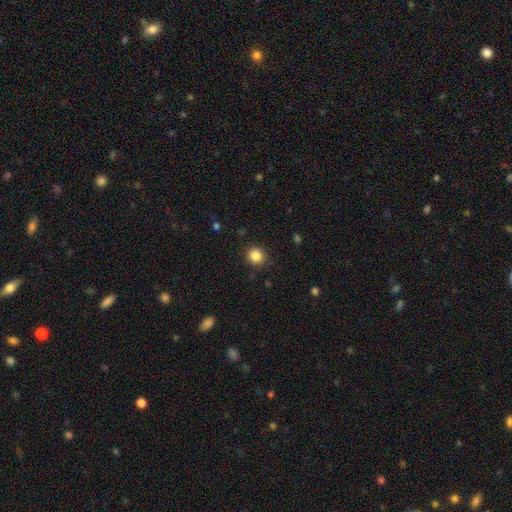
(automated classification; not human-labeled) Morphology: type=smooth (85%); roundness=round (90%); merging=none (90%).